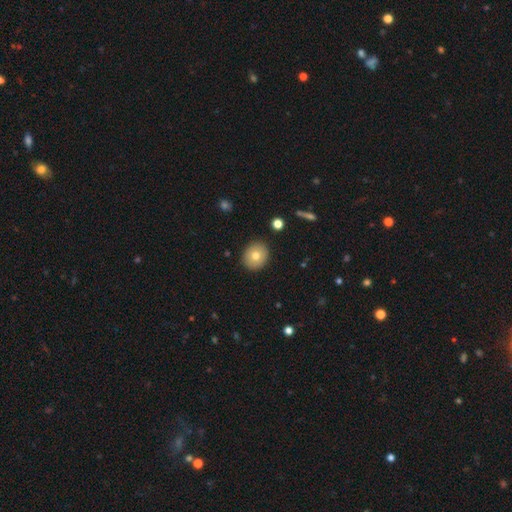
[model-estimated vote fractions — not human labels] Smooth or featured? smooth (75%)
How rounded? round (75%)
Merging? none (90%)